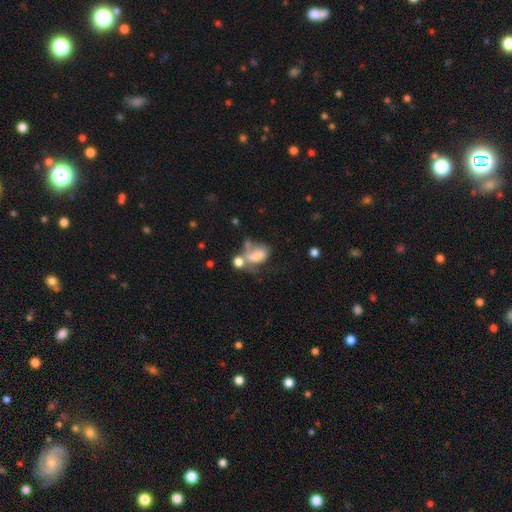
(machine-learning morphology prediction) Overall: smooth (64%). How rounded: in between (83%). Merging: merger (41%; major disturbance 23%).